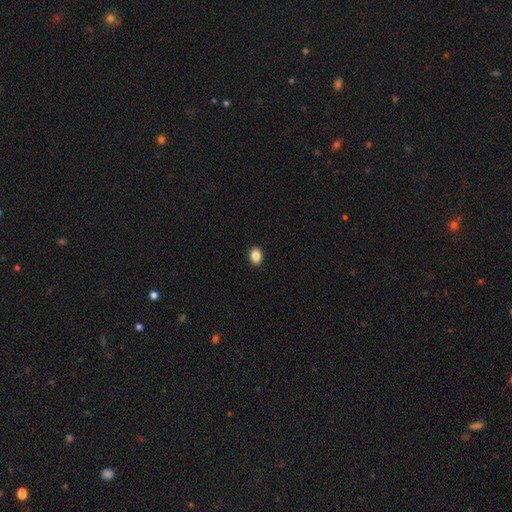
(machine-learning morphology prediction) The model was most divided on "how rounded": in between: 53%, round: 46%, cigar-shaped: 1%. More confident: merging — none (91%); smooth or featured — smooth (86%).